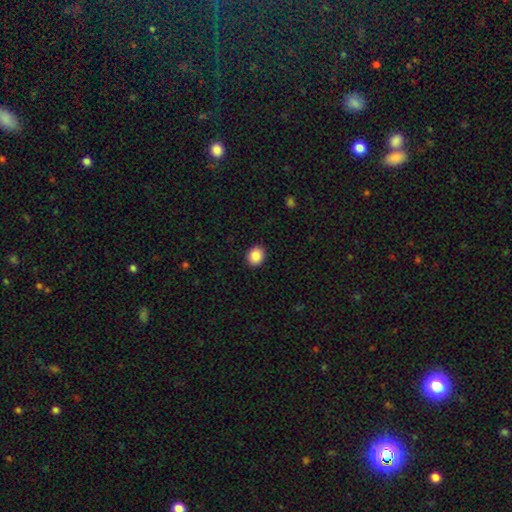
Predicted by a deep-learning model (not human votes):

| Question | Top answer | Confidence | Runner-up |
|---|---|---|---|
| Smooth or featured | smooth | 88% | star or artifact (9%) |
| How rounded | round | 63% | in between (36%) |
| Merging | none | 91% | minor disturbance (6%) |